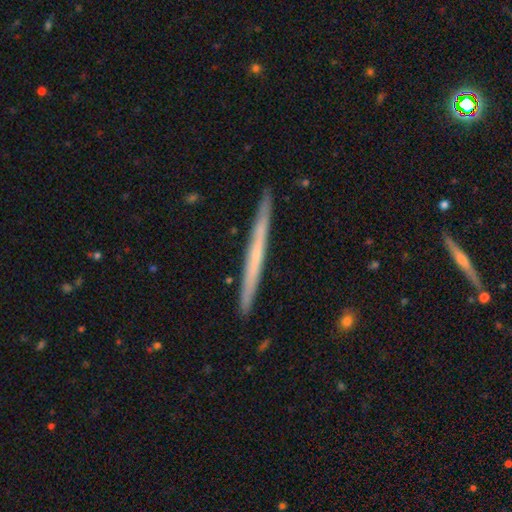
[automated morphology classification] Smooth or featured? Predicted: featured or disk (p=0.53). Edge-on disk? Predicted: yes (p=0.98). Edge-on bulge? Predicted: none (p=0.88). Merging? Predicted: none (p=0.92).